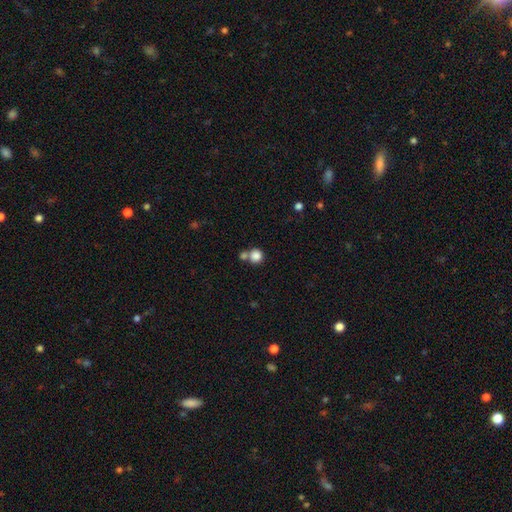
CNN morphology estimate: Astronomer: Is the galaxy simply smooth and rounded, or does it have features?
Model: smooth — 84%.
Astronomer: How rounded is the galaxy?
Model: round — 89%.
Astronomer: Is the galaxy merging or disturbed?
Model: none — 53% (runner-up: merger, 34%).